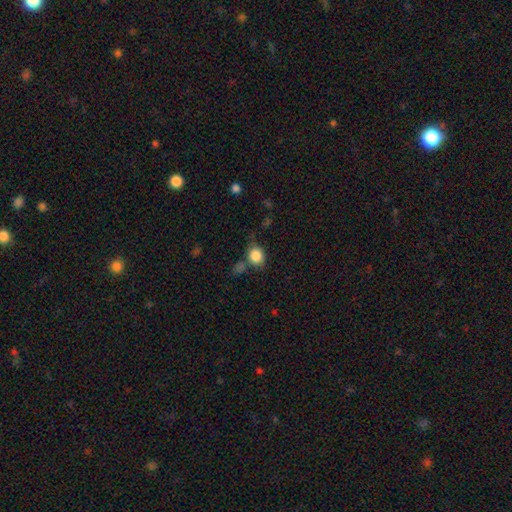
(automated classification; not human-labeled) The model was most divided on "how rounded": round: 66%, in between: 33%, cigar-shaped: 1%. More confident: smooth or featured — smooth (85%); merging — none (61%).